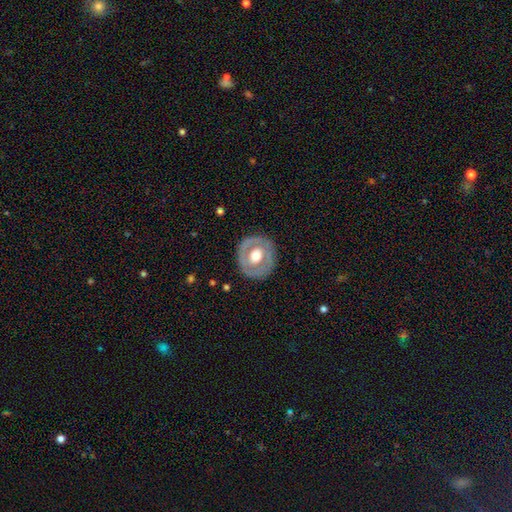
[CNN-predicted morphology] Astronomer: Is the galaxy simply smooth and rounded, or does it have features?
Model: featured or disk — 57% (runner-up: smooth, 37%).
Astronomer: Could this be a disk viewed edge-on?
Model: no — 95%.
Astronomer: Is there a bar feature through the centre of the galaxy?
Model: no — 74%.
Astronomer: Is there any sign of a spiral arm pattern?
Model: no — 80%.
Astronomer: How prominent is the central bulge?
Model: moderate — 59% (runner-up: large, 35%).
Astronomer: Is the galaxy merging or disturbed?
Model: none — 83%.